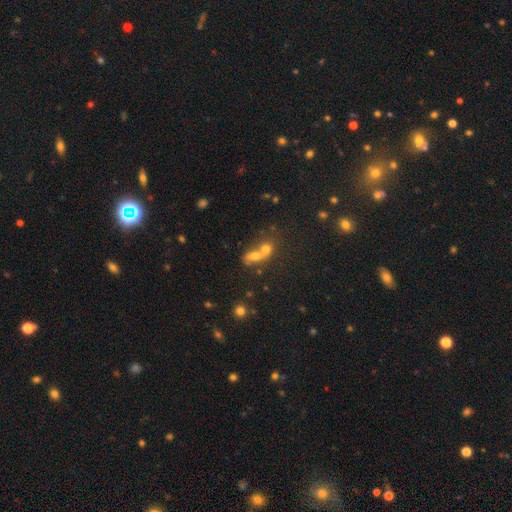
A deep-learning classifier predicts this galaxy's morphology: This appears to be a smooth galaxy with no disk features (54%) that is round (57%). Merging: merger (63%).